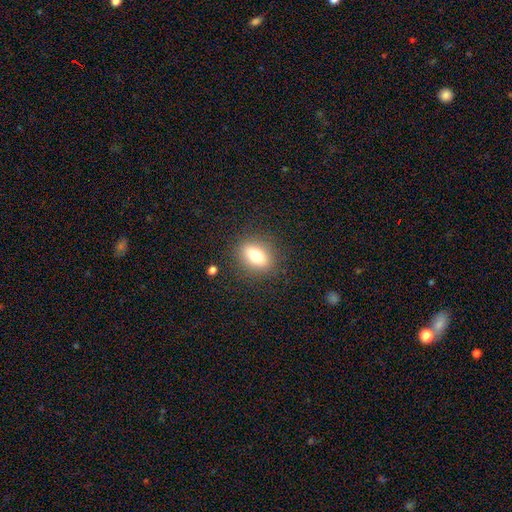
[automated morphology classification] Smooth or featured? Predicted: smooth (p=0.74). How rounded? Predicted: in between (p=0.72). Merging? Predicted: none (p=0.86).